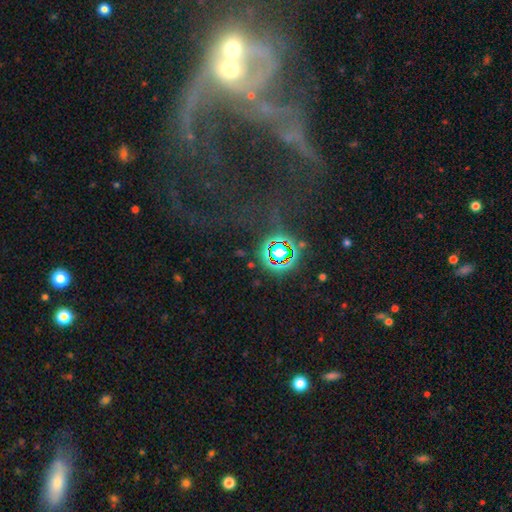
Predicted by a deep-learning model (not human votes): Smooth or featured? star or artifact (52%)